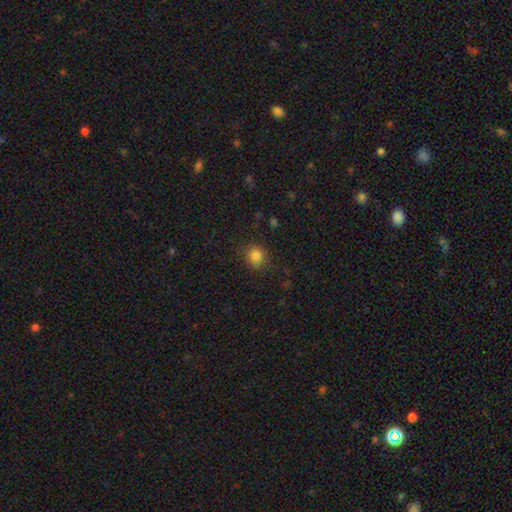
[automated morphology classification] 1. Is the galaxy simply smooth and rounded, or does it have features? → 83% smooth, 11% star or artifact, 5% featured or disk.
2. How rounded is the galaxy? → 85% round, 14% in between, 1% cigar-shaped.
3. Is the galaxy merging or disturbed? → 84% none, 11% minor disturbance, 4% major disturbance, 1% merger.